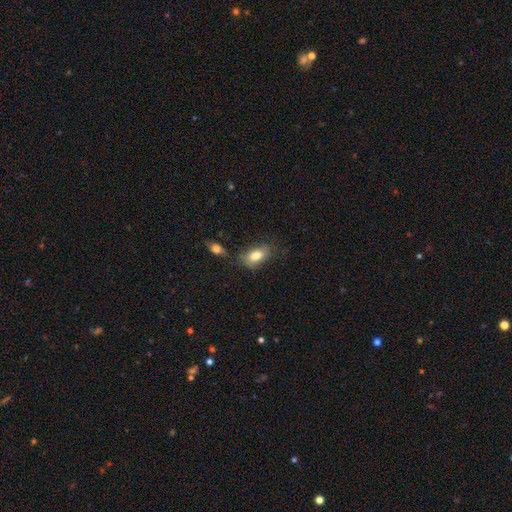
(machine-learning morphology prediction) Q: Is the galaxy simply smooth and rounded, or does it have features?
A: smooth — 80%.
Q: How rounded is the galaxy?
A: in between — 87%.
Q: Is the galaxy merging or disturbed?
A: none — 60%.